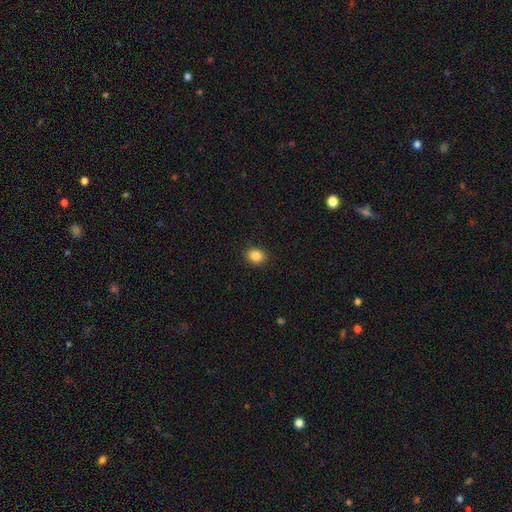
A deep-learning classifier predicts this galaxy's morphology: type=smooth (86%); roundness=round (56%); merging=none (90%).